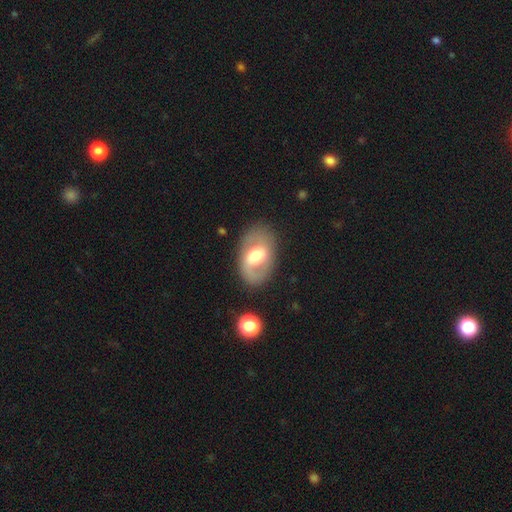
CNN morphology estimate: Smooth or featured?
  - featured or disk: 57% *
  - smooth: 36%
  - star or artifact: 7%
Edge-on disk?
  - no: 95% *
  - yes: 5%
Bar?
  - weak: 43% *
  - no: 35%
  - strong: 22%
Spiral arms?
  - yes: 59% *
  - no: 41%
Bulge size?
  - moderate: 55% *
  - large: 31%
  - small: 9%
  - dominant: 3%
  - none: 1%
Merging?
  - none: 76% *
  - minor disturbance: 15%
  - major disturbance: 8%
  - merger: 2%